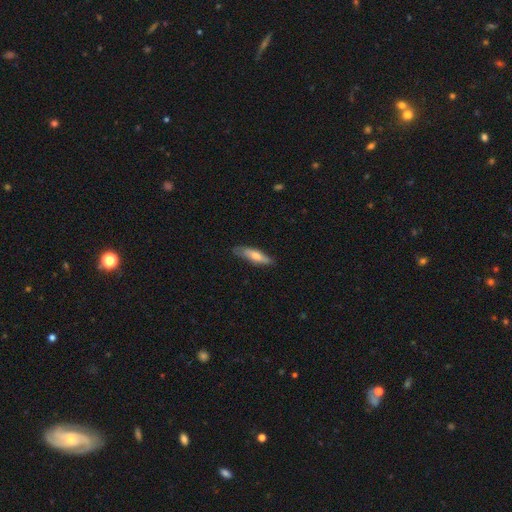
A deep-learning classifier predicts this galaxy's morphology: Overall: smooth (60%; featured or disk 34%). How rounded: cigar-shaped (71%). Merging: none (78%).